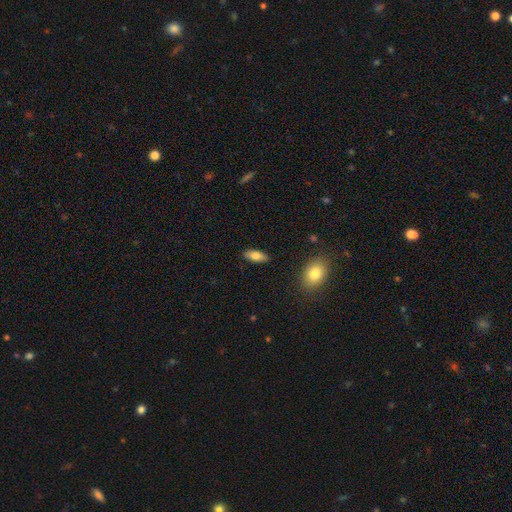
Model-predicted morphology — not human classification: This is likely a smooth galaxy (79%). How rounded: likely in between (80%). Merging: clearly none (87%).